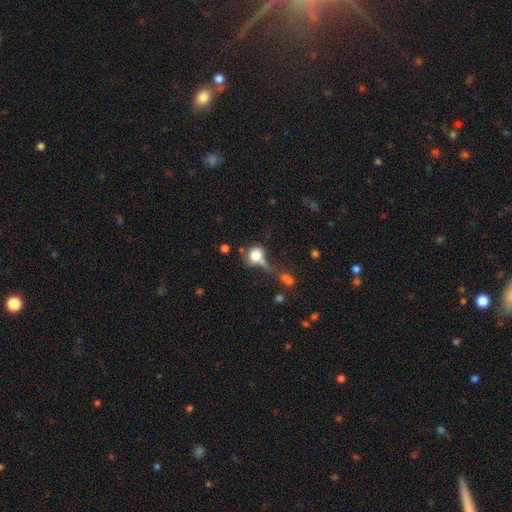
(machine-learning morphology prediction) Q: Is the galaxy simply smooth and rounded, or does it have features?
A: smooth — 74%.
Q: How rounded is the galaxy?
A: round — 67%.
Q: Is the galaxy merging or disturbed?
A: none — 33%.